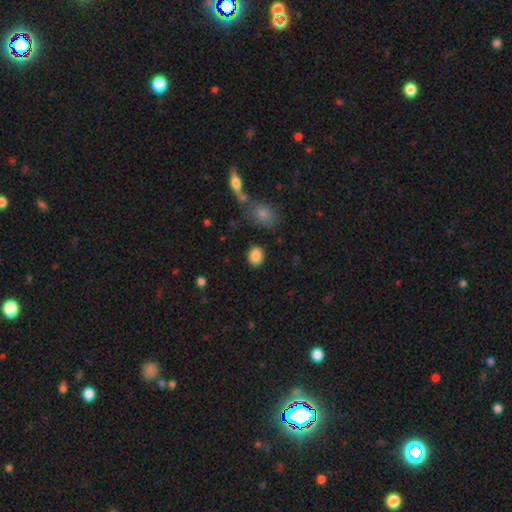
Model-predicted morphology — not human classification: This is clearly a smooth galaxy (87%). How rounded: possibly round (53%). Merging: clearly none (86%).